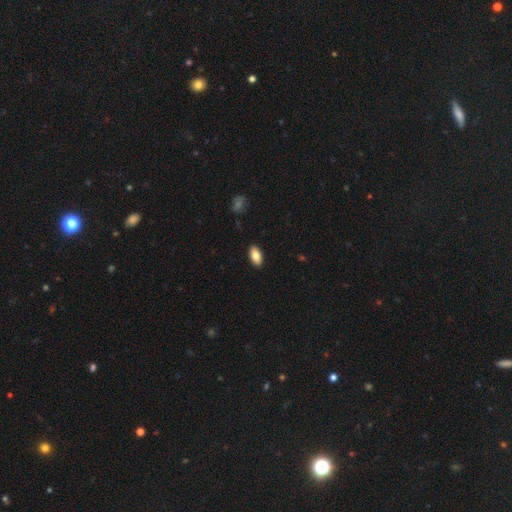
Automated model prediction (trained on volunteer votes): Morphology: type=smooth (81%); roundness=in between (91%); merging=none (90%).